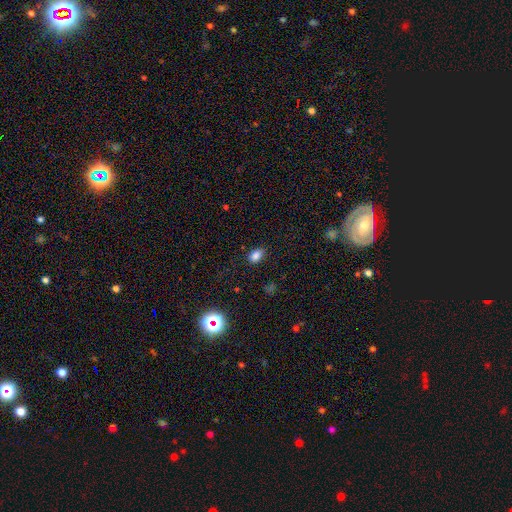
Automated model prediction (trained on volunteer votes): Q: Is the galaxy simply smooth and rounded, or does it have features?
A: smooth — 83%.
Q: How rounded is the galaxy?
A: in between — 83%.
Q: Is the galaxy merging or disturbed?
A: none — 85%.